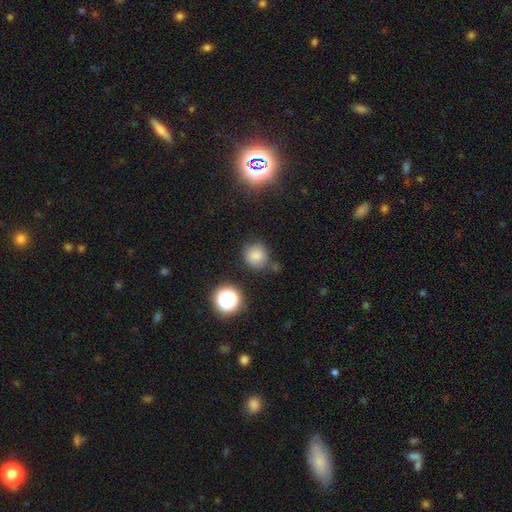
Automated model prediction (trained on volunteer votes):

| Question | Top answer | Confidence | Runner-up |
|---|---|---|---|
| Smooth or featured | smooth | 80% | star or artifact (15%) |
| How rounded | round | 88% | in between (11%) |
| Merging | none | 74% | minor disturbance (15%) |